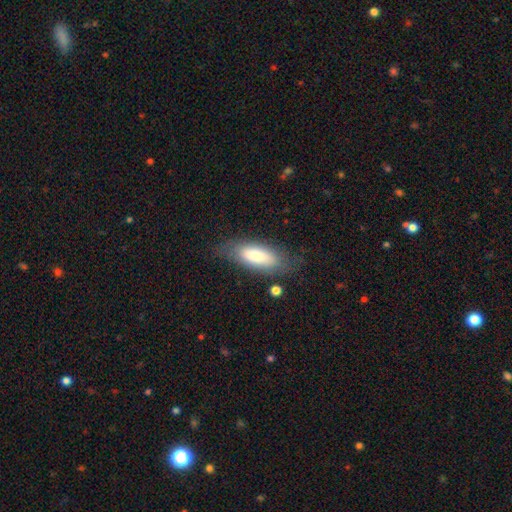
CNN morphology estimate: This is likely a smooth galaxy (74%). How rounded: likely in between (70%). Merging: likely none (75%).